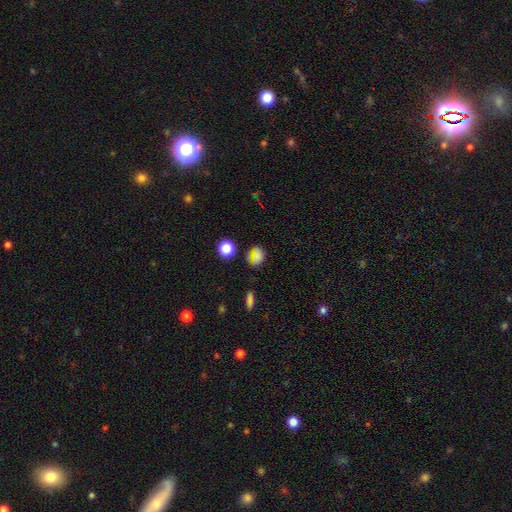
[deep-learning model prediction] A smooth galaxy with no disk features (62%) that is round (51%).

Vote fractions:
- Smooth or featured? smooth: 62% / star or artifact: 27% / featured or disk: 12%
- How rounded? round: 51% / in between: 46% / cigar-shaped: 3%
- Merging? none: 67% / minor disturbance: 18% / merger: 8% / major disturbance: 7%